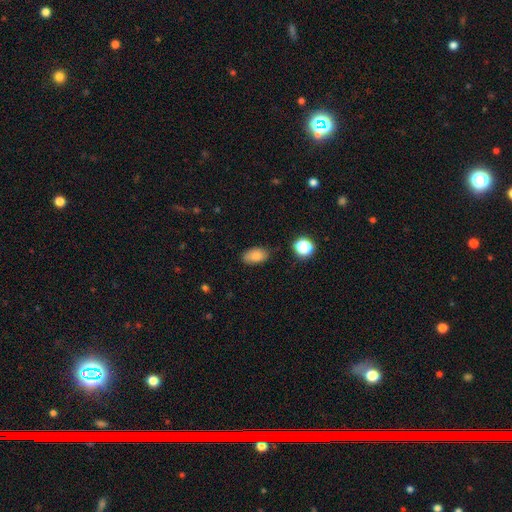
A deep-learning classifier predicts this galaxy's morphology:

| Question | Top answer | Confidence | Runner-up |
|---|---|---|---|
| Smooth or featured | smooth | 83% | star or artifact (10%) |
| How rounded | in between | 90% | round (9%) |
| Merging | none | 80% | minor disturbance (15%) |